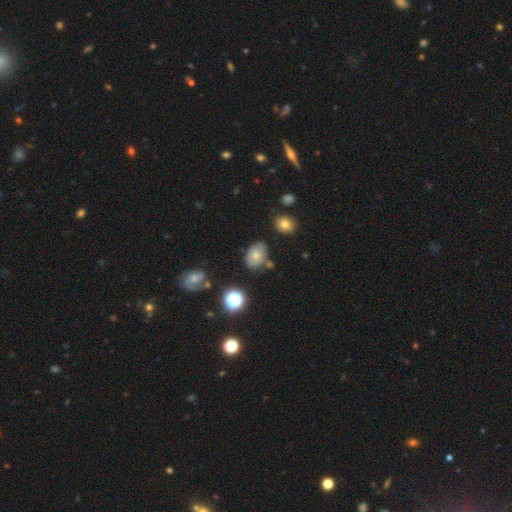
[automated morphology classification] smooth 65%, featured or disk 21%, star or artifact 13%. Down the decision tree: how rounded — in between (76%); merging — none (67%).